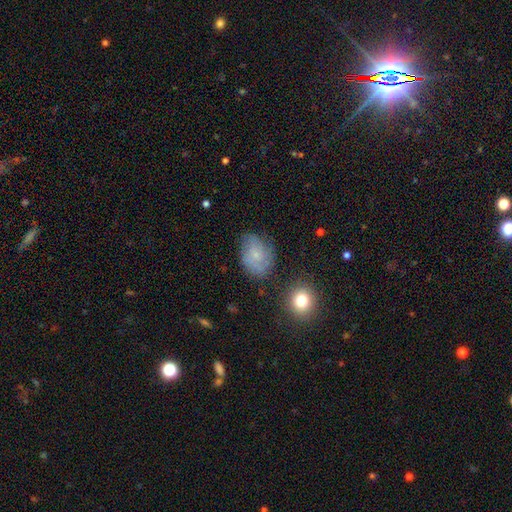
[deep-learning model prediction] Smooth or featured: featured or disk — 48% (smooth — 42%)
Merging: none — 63% (minor disturbance — 25%)